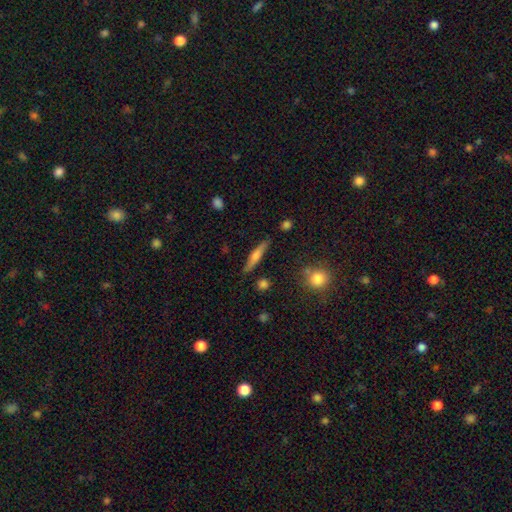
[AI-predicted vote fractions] smooth_or_featured: smooth (p=0.49) [alt: featured or disk p=0.43]
merging: none (p=0.85) [alt: minor disturbance p=0.10]